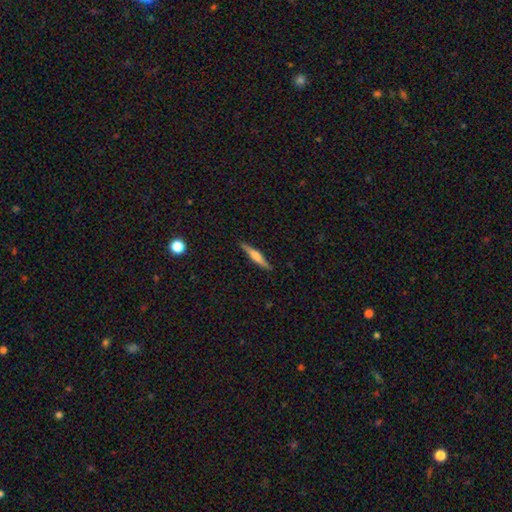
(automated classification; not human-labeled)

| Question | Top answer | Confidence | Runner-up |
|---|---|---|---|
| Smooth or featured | featured or disk | 53% | smooth (40%) |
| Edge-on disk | yes | 97% | no (3%) |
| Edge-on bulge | rounded | 62% | boxy (23%) |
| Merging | none | 89% | minor disturbance (8%) |